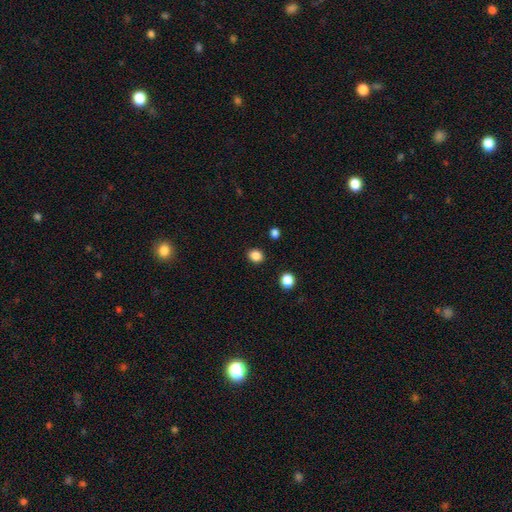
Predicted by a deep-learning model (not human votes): Smooth or featured?
  - smooth: 86% *
  - star or artifact: 11%
  - featured or disk: 3%
How rounded?
  - round: 64% *
  - in between: 35%
  - cigar-shaped: 1%
Merging?
  - none: 89% *
  - minor disturbance: 7%
  - major disturbance: 2%
  - merger: 2%